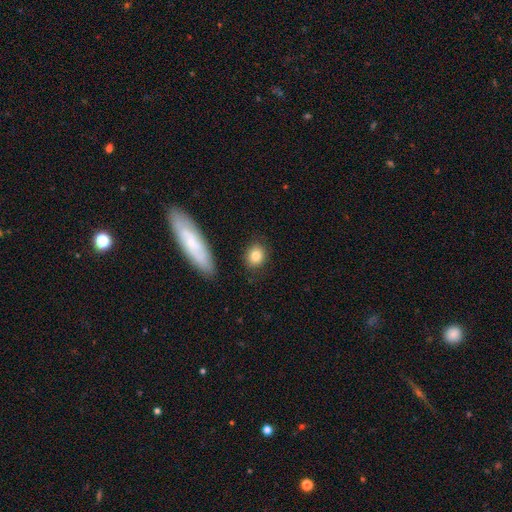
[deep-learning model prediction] This appears to be a smooth galaxy with no disk features (82%) that is round (74%). Merging: none (86%).